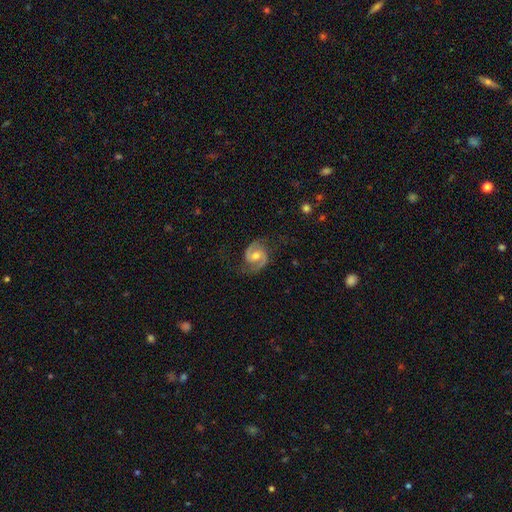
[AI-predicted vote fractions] Q: Smooth or featured?
A: featured or disk (90%); runner-up: smooth (6%)
Q: Edge-on disk?
A: no (98%); runner-up: yes (2%)
Q: Bar?
A: no (45%); runner-up: weak (43%)
Q: Spiral arms?
A: yes (98%); runner-up: no (2%)
Q: Spiral winding?
A: medium (58%); runner-up: tight (23%)
Q: Spiral arm count?
A: 2 (94%); runner-up: can't tell (2%)
Q: Bulge size?
A: moderate (69%); runner-up: small (25%)
Q: Merging?
A: none (76%); runner-up: minor disturbance (16%)